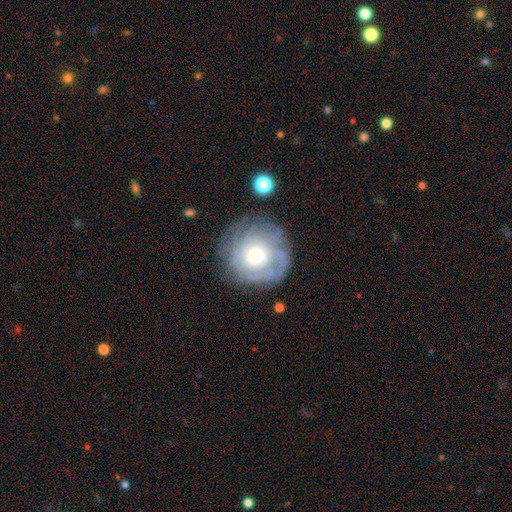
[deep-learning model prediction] smooth_or_featured: featured or disk (p=0.68) [alt: smooth p=0.24]
disk_edge_on: no (p=0.97) [alt: yes p=0.03]
bar: no (p=0.83) [alt: weak p=0.15]
has_spiral_arms: yes (p=0.81) [alt: no p=0.19]
spiral_winding: tight (p=0.72) [alt: medium p=0.20]
spiral_arm_count: can't tell (p=0.55) [alt: 3 p=0.12]
bulge_size: moderate (p=0.52) [alt: small p=0.38]
merging: none (p=0.75) [alt: minor disturbance p=0.15]